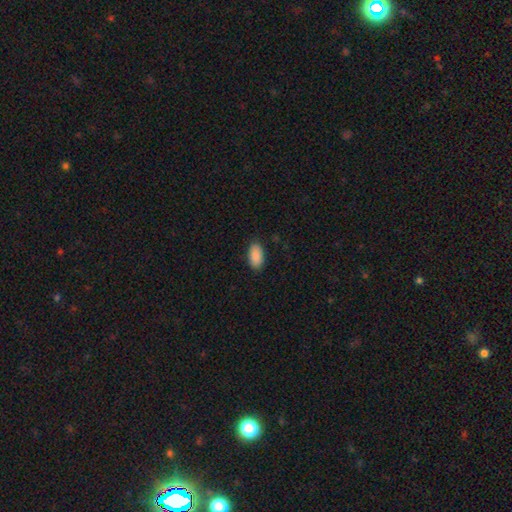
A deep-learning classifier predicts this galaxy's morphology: The model was most divided on "merging": none: 87%, minor disturbance: 10%, major disturbance: 2%, merger: 1%. More confident: how rounded — in between (94%); smooth or featured — smooth (90%).